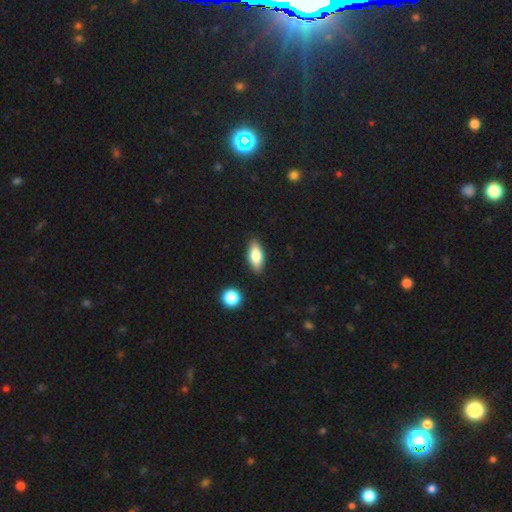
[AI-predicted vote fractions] smooth-or-featured: smooth: 79% | featured or disk: 15% | star or artifact: 7%
  how-rounded: in between: 81% | cigar-shaped: 16% | round: 3%
  merging: none: 87% | minor disturbance: 9% | major disturbance: 2% | merger: 2%